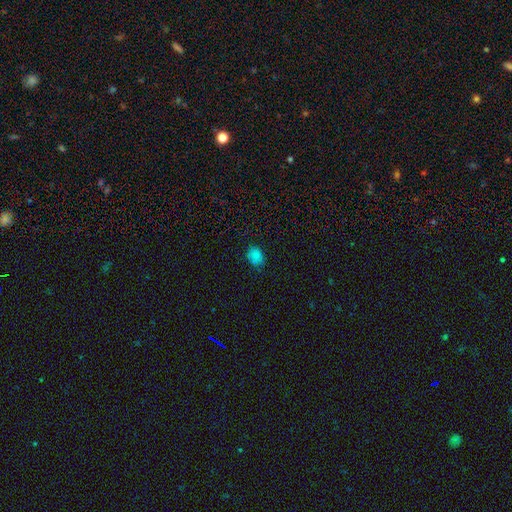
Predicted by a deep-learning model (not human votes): A smooth galaxy with no disk features (82%) that is in between round and cigar-shaped (65%). Merging: none (77%).